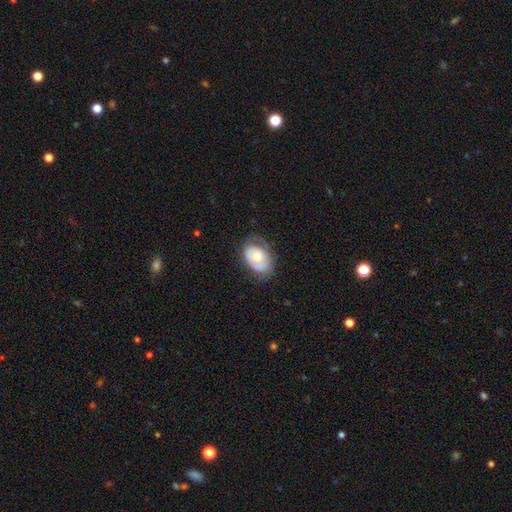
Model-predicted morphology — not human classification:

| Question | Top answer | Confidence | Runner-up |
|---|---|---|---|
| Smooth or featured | featured or disk | 47% | smooth (46%) |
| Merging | none | 58% | minor disturbance (28%) |